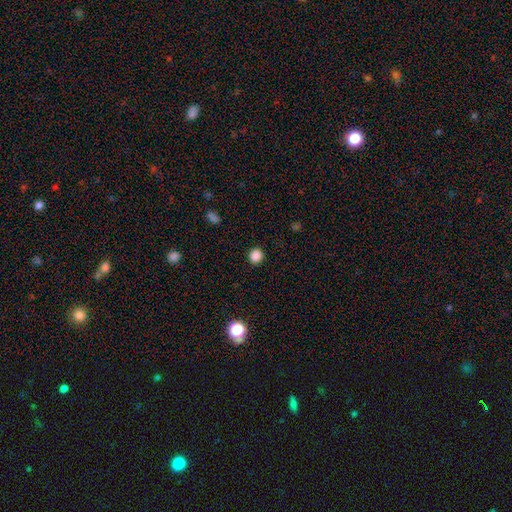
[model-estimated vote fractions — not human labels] A smooth galaxy with no disk features (86%) that is round (86%).

Vote fractions:
- Smooth or featured? smooth: 86% / star or artifact: 11% / featured or disk: 3%
- How rounded? round: 86% / in between: 13% / cigar-shaped: 1%
- Merging? none: 91% / minor disturbance: 6% / major disturbance: 2% / merger: 1%